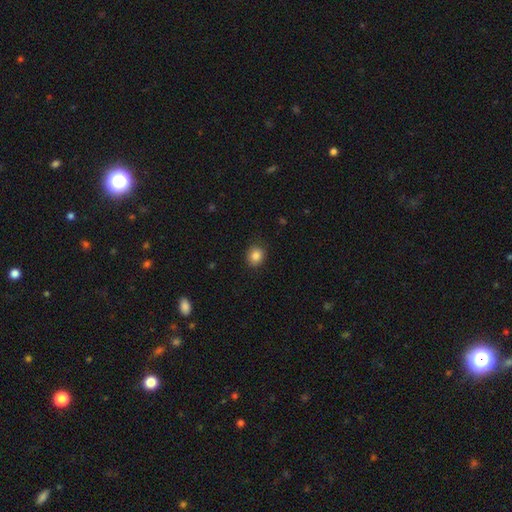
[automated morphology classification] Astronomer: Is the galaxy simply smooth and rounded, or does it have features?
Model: smooth — 86%.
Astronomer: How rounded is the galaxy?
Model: round — 71%.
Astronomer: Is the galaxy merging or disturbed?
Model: none — 86%.